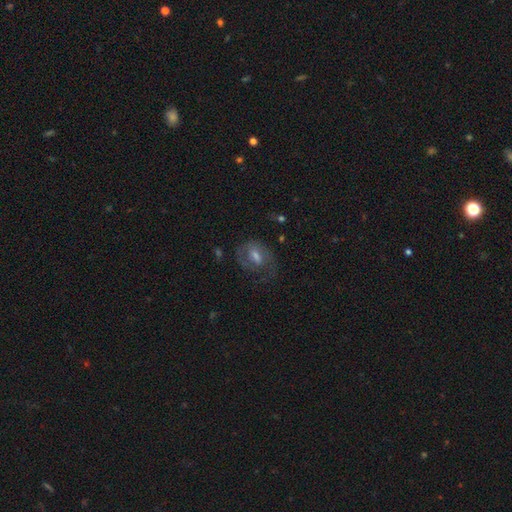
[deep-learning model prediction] A featured or disk galaxy (61%) with a weak bar (49%), spiral arms (75%) and a moderate central bulge (49%).

Vote fractions:
- Smooth or featured? featured or disk: 61% / smooth: 27% / star or artifact: 12%
- Edge-on disk? no: 96% / yes: 4%
- Bar? weak: 49% / no: 33% / strong: 18%
- Spiral arms? yes: 75% / no: 25%
- Bulge size? moderate: 49% / small: 29% / large: 12% / none: 8% / dominant: 2%
- Merging? none: 58% / major disturbance: 21% / minor disturbance: 19% / merger: 2%